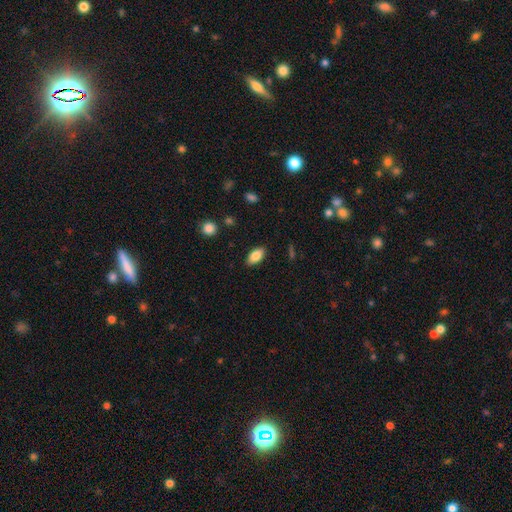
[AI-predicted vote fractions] Q: Smooth or featured?
A: smooth (84%); runner-up: featured or disk (8%)
Q: How rounded?
A: in between (91%); runner-up: cigar-shaped (5%)
Q: Merging?
A: none (87%); runner-up: minor disturbance (10%)